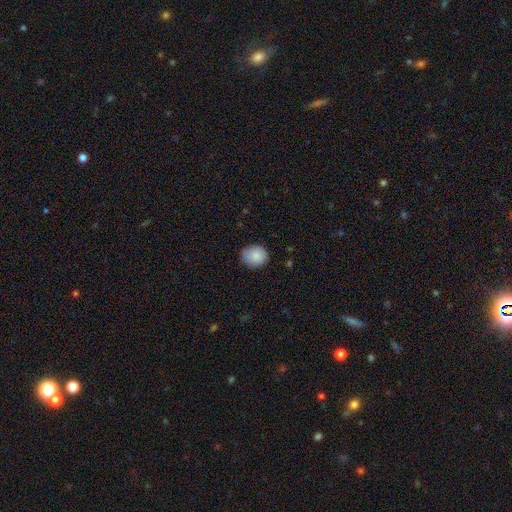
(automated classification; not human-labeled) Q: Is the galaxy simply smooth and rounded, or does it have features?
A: smooth — 87%.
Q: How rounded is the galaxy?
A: round — 71%.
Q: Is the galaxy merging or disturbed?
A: none — 81%.